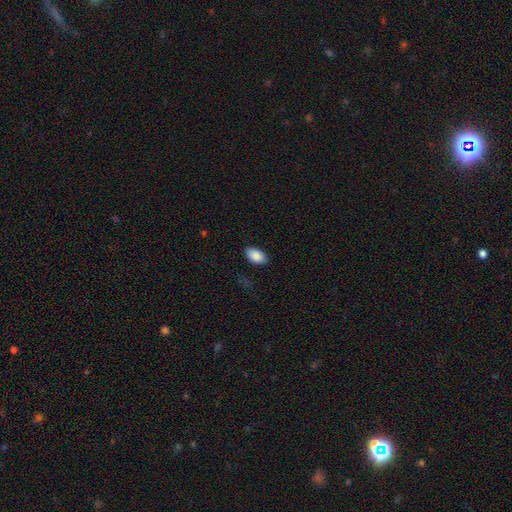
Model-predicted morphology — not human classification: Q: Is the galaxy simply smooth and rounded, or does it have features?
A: smooth — 89%.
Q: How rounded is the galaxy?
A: in between — 94%.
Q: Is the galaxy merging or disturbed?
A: none — 86%.